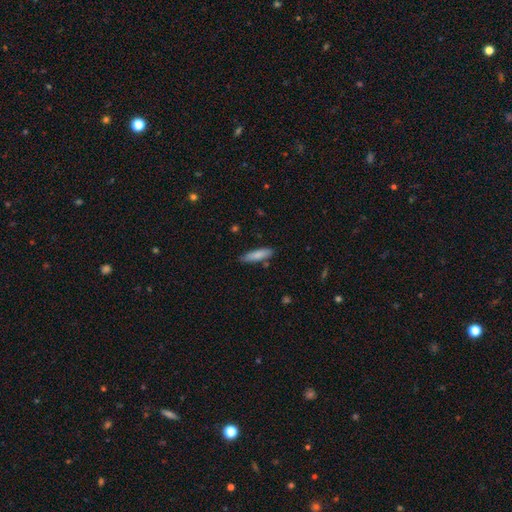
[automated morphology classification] Overall: smooth (79%). How rounded: cigar-shaped (74%). Merging: none (83%).